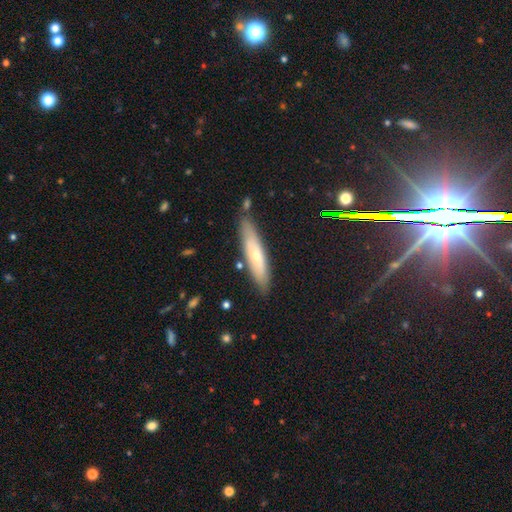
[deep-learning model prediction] Smooth or featured: smooth — 53% (featured or disk — 41%)
How rounded: cigar-shaped — 80% (in between — 19%)
Merging: none — 81% (minor disturbance — 13%)